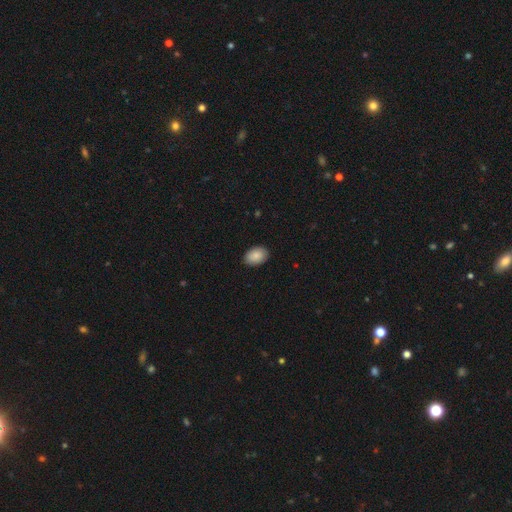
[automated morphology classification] smooth-or-featured: smooth: 88% | star or artifact: 6% | featured or disk: 5%
  how-rounded: in between: 87% | round: 12% | cigar-shaped: 1%
  merging: none: 89% | minor disturbance: 9% | major disturbance: 2% | merger: 1%